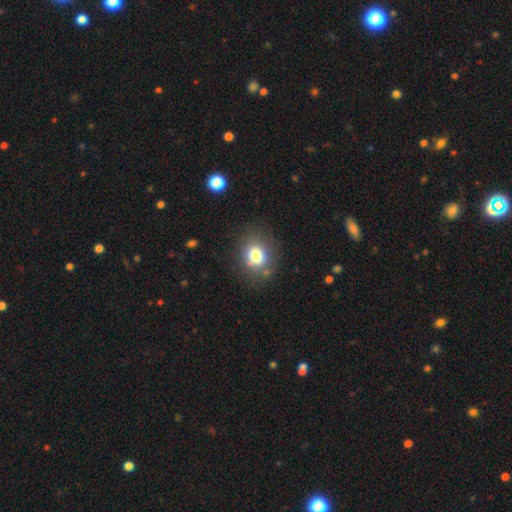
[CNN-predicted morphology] type=smooth (79%); roundness=round (62%); merging=none (76%).